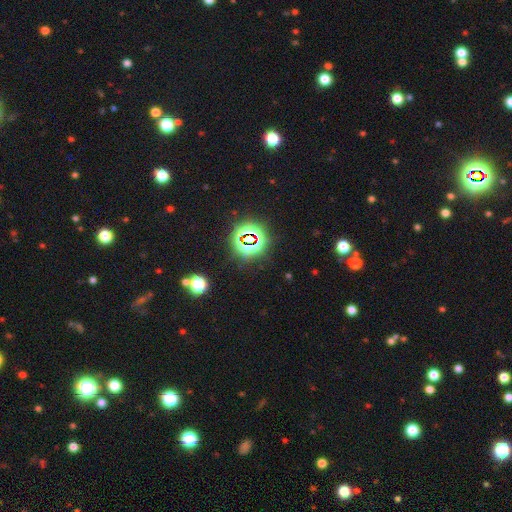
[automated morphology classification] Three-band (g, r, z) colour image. It shows a star or artifact, not a galaxy (80%).